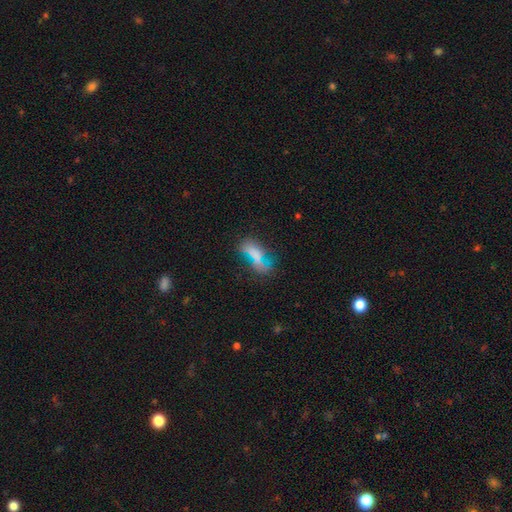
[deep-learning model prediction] smooth-or-featured: smooth: 51% | featured or disk: 33% | star or artifact: 16%
  how-rounded: in between: 72% | cigar-shaped: 23% | round: 5%
  merging: none: 37% | major disturbance: 27% | minor disturbance: 24% | merger: 12%